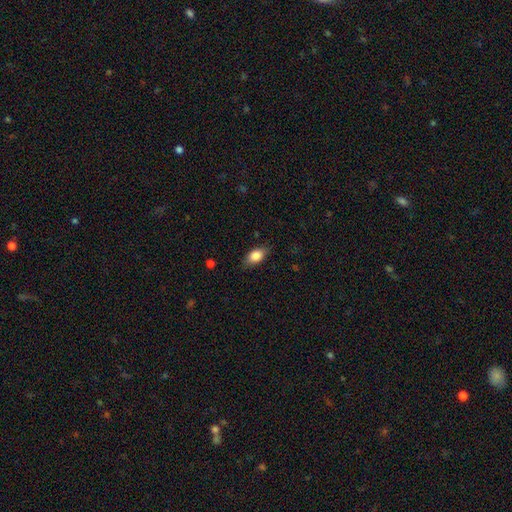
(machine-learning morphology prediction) Overall: smooth (83%). How rounded: in between (86%). Merging: none (79%).